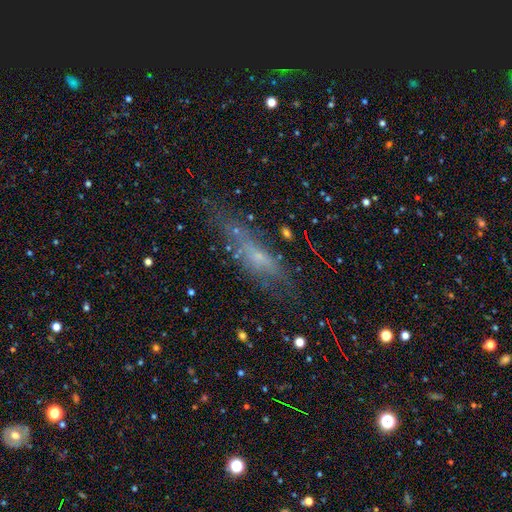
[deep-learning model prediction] smooth 43%, featured or disk 37%, star or artifact 20%. Down the decision tree: merging — none (63%).